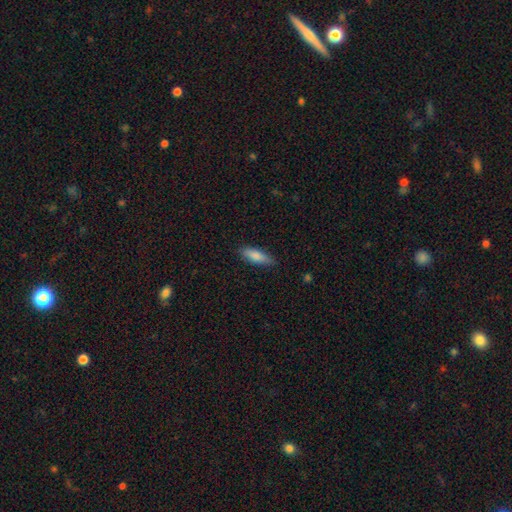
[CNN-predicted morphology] The model was most divided on "how rounded": in between: 52%, cigar-shaped: 46%, round: 2%. More confident: merging — none (82%); smooth or featured — smooth (81%).